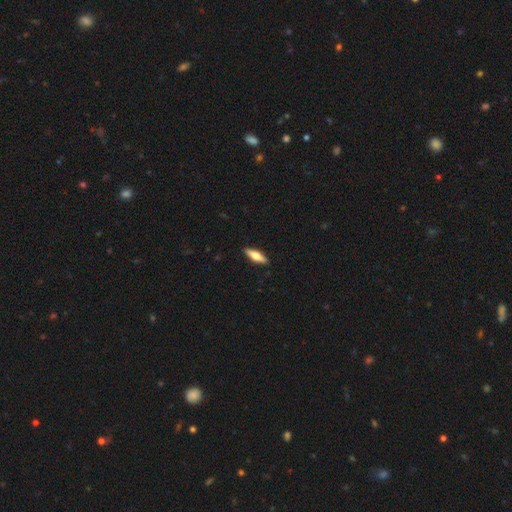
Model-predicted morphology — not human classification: smooth 61%, featured or disk 33%, star or artifact 6%. Down the decision tree: how rounded — cigar-shaped (55%); merging — none (90%).